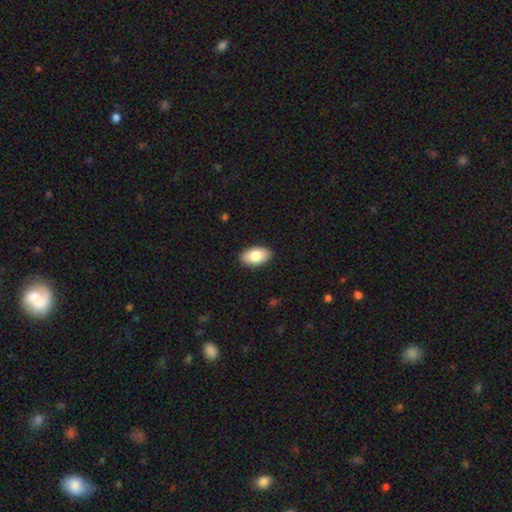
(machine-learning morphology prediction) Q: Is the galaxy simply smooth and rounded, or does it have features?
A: smooth — 82%.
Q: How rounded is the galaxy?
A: in between — 95%.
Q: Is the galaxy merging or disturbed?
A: none — 90%.